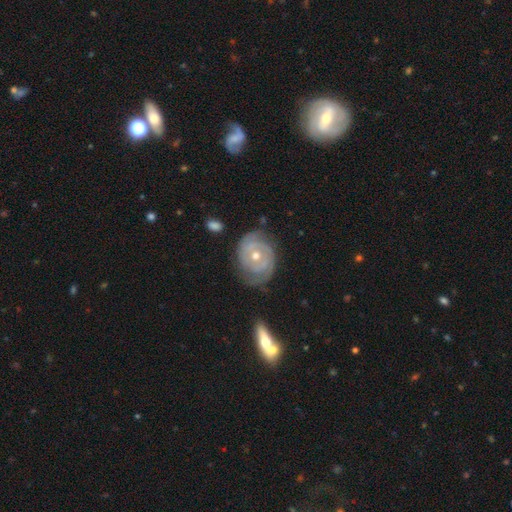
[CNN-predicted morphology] The model was most divided on "bulge size": moderate: 55%, small: 42%, large: 1%, none: 1%, dominant: 1%. Remaining: edge-on disk — no (97%); spiral arms — yes (92%); smooth or featured — featured or disk (84%); spiral winding — tight (78%); bar — no (75%); merging — none (72%); spiral arm count — 2 (45%).